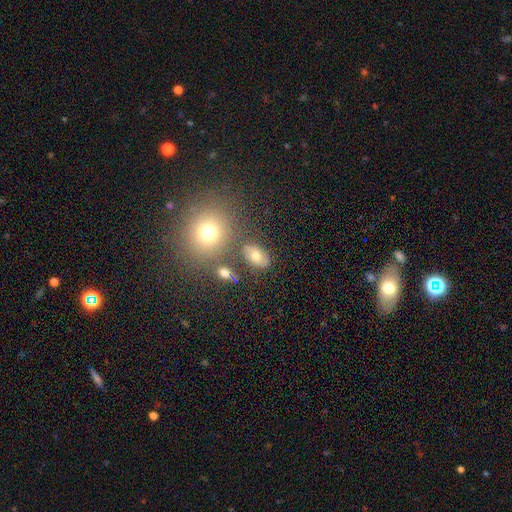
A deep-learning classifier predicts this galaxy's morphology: Smooth or featured? Predicted: smooth (p=0.66). How rounded? Predicted: in between (p=0.78). Merging? Predicted: none (p=0.76).